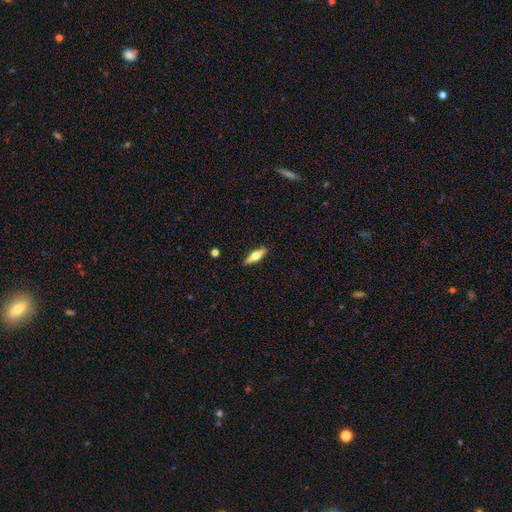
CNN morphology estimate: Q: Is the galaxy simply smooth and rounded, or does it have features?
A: featured or disk — 57%.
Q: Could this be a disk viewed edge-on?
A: yes — 94%.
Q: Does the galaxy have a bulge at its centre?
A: rounded — 94%.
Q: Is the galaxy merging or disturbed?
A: none — 89%.